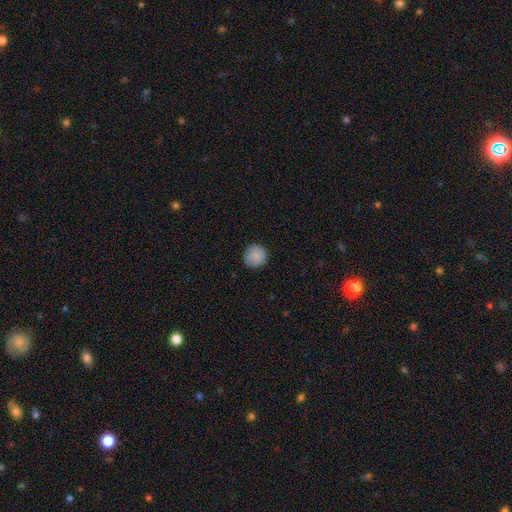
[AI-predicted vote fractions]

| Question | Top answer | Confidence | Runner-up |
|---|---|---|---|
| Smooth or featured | smooth | 88% | star or artifact (7%) |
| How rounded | round | 95% | in between (4%) |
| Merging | none | 90% | minor disturbance (7%) |